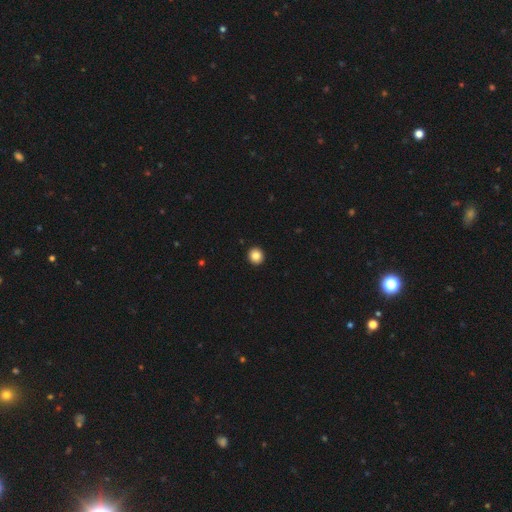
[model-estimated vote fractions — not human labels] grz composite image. It shows a smooth galaxy with no disk features (85%) that is round (92%). Merging: none (94%).